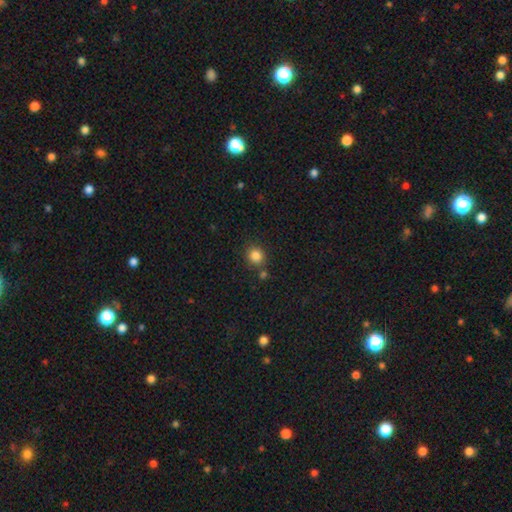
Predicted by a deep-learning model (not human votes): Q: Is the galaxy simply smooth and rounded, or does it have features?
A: smooth — 84%.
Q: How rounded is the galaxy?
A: round — 82%.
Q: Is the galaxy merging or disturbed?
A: none — 78%.